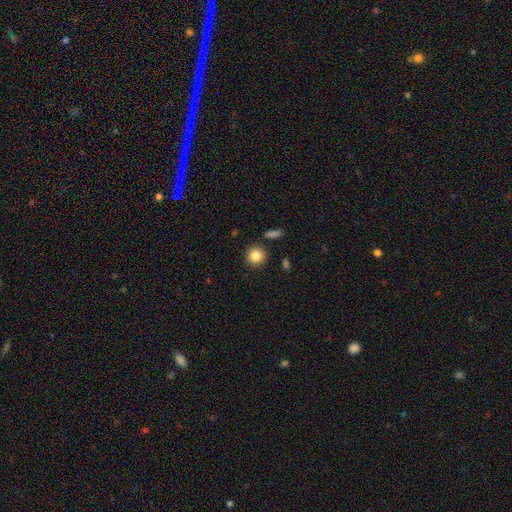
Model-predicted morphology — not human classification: Smooth or featured? Predicted: smooth (p=0.84). How rounded? Predicted: round (p=0.93). Merging? Predicted: none (p=0.88).